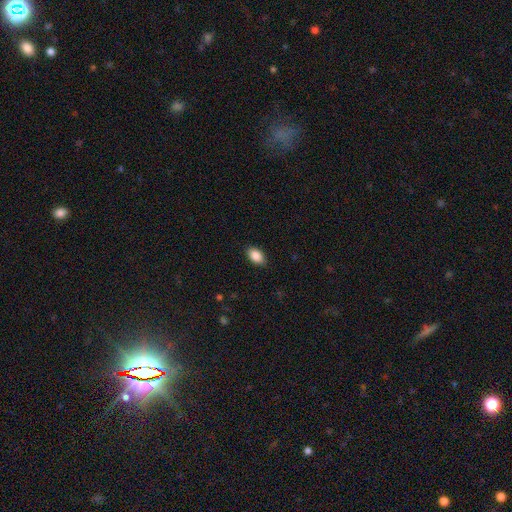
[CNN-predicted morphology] This is clearly a smooth galaxy (89%). How rounded: clearly in between (92%). Merging: clearly none (88%).